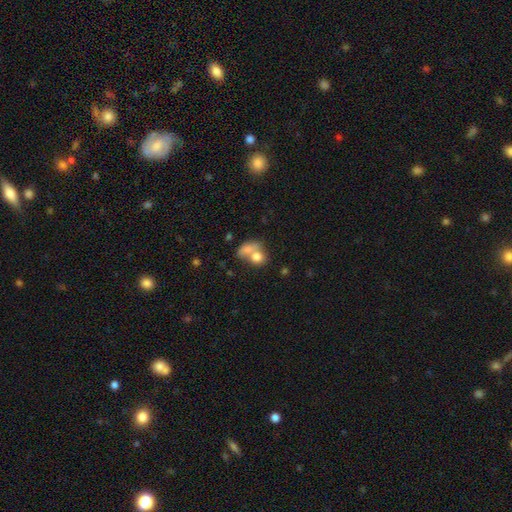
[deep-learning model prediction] Q: Smooth or featured?
A: smooth (76%); runner-up: featured or disk (15%)
Q: How rounded?
A: round (54%); runner-up: in between (44%)
Q: Merging?
A: merger (62%); runner-up: none (24%)